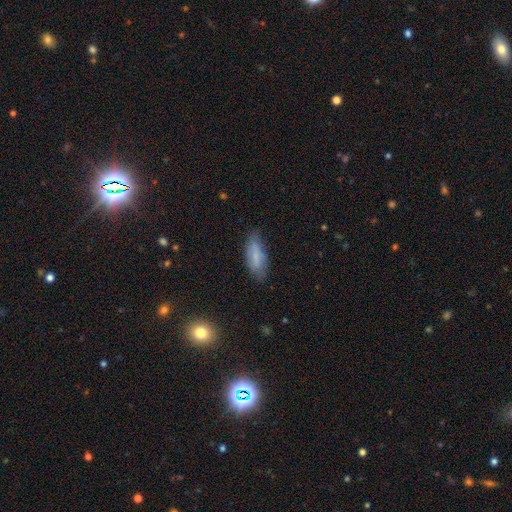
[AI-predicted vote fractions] Smooth or featured? Predicted: smooth (p=0.70). How rounded? Predicted: in between (p=0.68). Merging? Predicted: none (p=0.71).